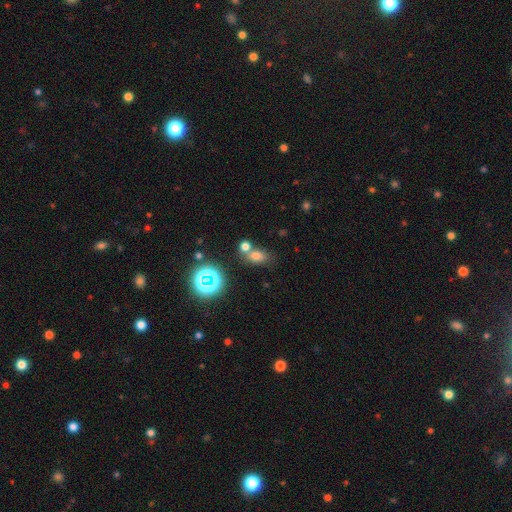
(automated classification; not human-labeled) Smooth or featured?
  - smooth: 67% *
  - star or artifact: 23%
  - featured or disk: 10%
How rounded?
  - in between: 68% *
  - round: 29%
  - cigar-shaped: 2%
Merging?
  - none: 52% *
  - merger: 33%
  - minor disturbance: 11%
  - major disturbance: 4%